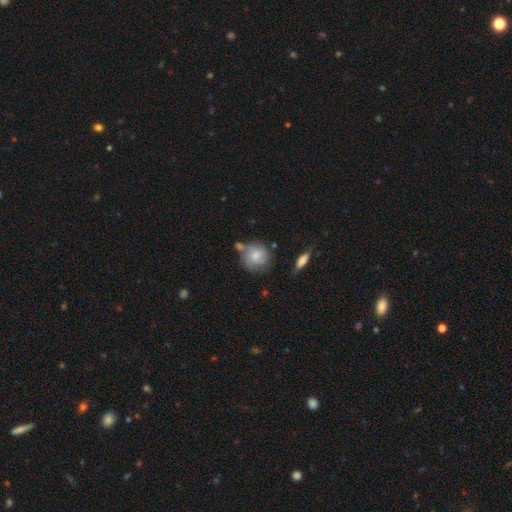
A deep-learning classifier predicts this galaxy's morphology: This appears to be a smooth galaxy with no disk features (57%) that is round (82%). Merging: none (51%).